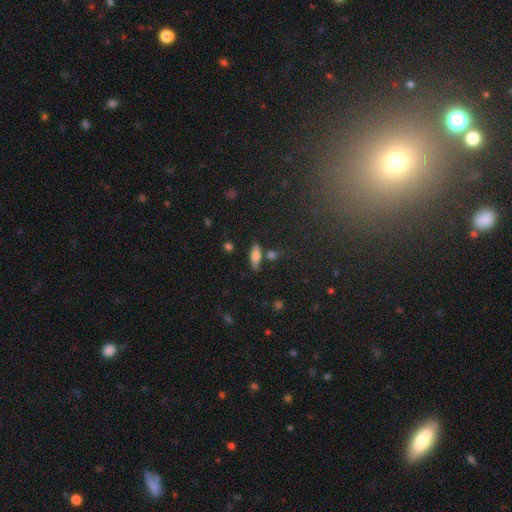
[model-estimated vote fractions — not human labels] A smooth galaxy with no disk features (72%) that is in between round and cigar-shaped (67%).

Vote fractions:
- Smooth or featured? smooth: 72% / featured or disk: 19% / star or artifact: 8%
- How rounded? in between: 67% / cigar-shaped: 30% / round: 3%
- Merging? none: 72% / minor disturbance: 14% / merger: 11% / major disturbance: 4%